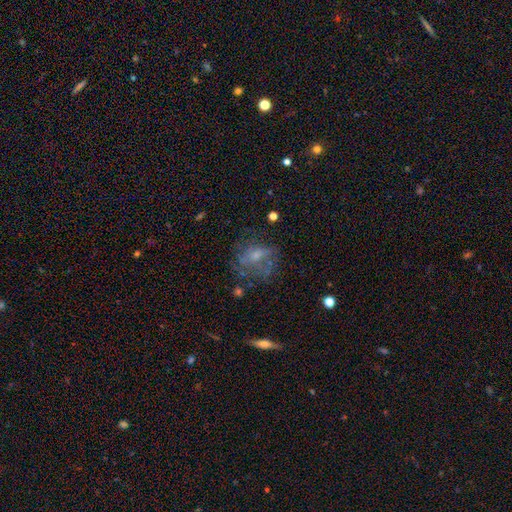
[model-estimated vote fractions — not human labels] A featured or disk galaxy (46%).

Vote fractions:
- Smooth or featured? featured or disk: 46% / smooth: 40% / star or artifact: 14%
- Merging? none: 47% / major disturbance: 27% / minor disturbance: 21% / merger: 4%